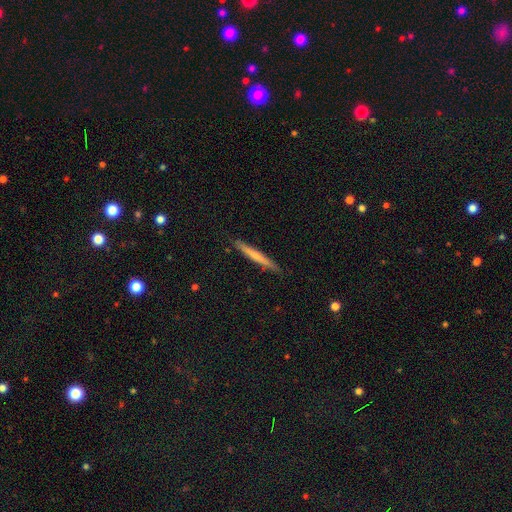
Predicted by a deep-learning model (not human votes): This appears to be a smooth galaxy with no disk features (53%) that is cigar-shaped (96%). Merging: none (89%).